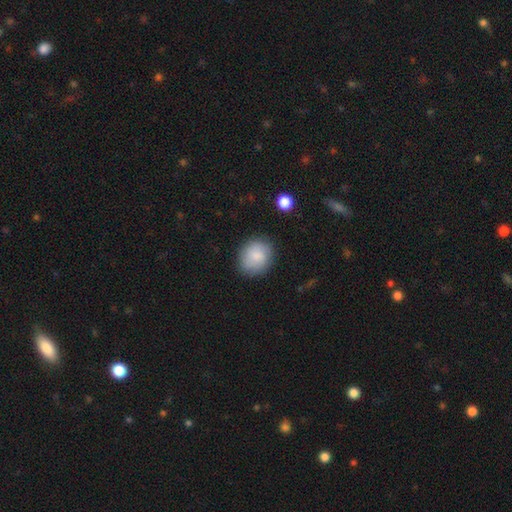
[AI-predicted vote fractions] This is clearly a smooth galaxy (83%). How rounded: likely round (71%). Merging: clearly none (80%).